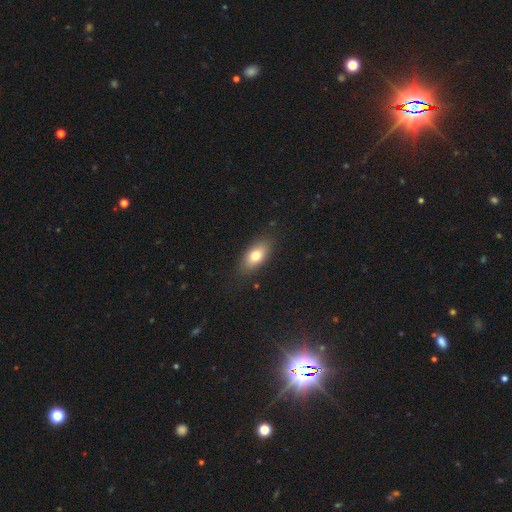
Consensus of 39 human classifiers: This is clearly a smooth galaxy (85%). How rounded: clearly in between (88%). Merging: clearly none (89%).